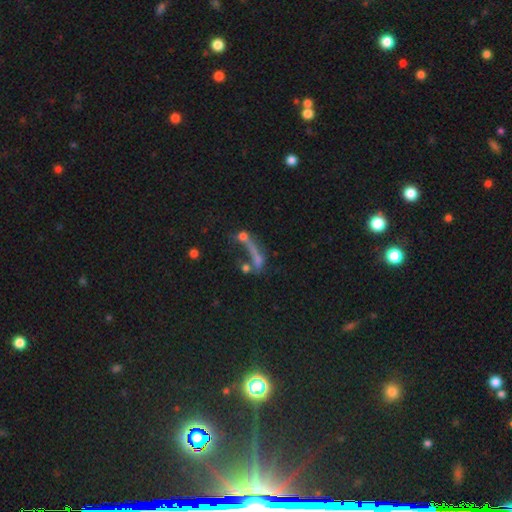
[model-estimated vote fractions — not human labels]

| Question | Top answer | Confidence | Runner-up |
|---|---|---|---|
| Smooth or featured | smooth | 41% | featured or disk (35%) |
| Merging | none | 34% | merger (31%) |